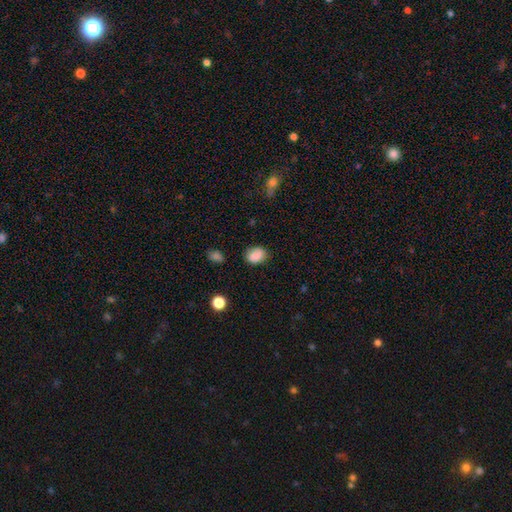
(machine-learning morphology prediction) Smooth or featured: smooth — 85% (star or artifact — 10%)
How rounded: in between — 58% (round — 41%)
Merging: none — 73% (minor disturbance — 20%)